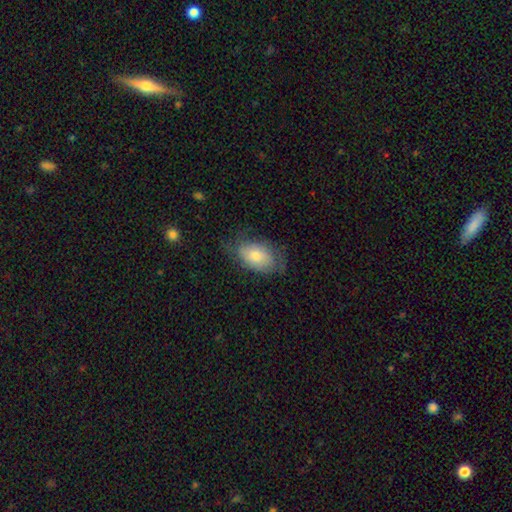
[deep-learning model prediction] smooth_or_featured: smooth (p=0.66) [alt: featured or disk p=0.27]
how_rounded: in between (p=0.89) [alt: round p=0.09]
merging: none (p=0.59) [alt: minor disturbance p=0.28]